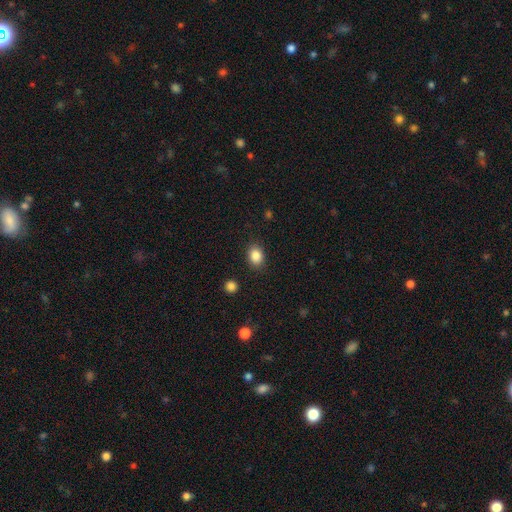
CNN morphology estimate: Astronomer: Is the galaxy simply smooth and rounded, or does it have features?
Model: smooth — 86%.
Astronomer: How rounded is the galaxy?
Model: in between — 60% (runner-up: round, 39%).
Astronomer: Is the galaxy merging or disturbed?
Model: none — 86%.